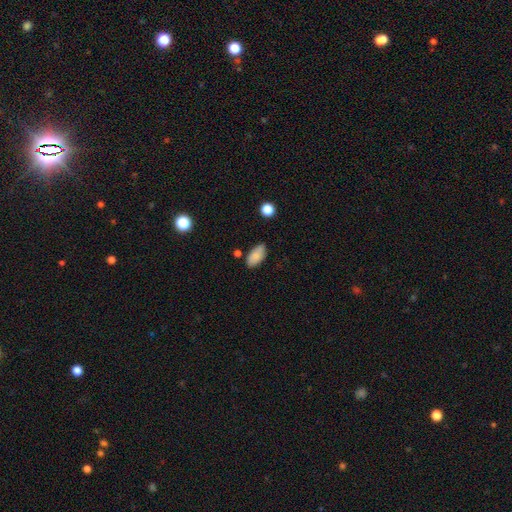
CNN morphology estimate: A smooth galaxy with no disk features (85%) that is in between round and cigar-shaped (94%).

Vote fractions:
- Smooth or featured? smooth: 85% / featured or disk: 8% / star or artifact: 7%
- How rounded? in between: 94% / cigar-shaped: 3% / round: 3%
- Merging? none: 80% / minor disturbance: 15% / major disturbance: 3% / merger: 3%